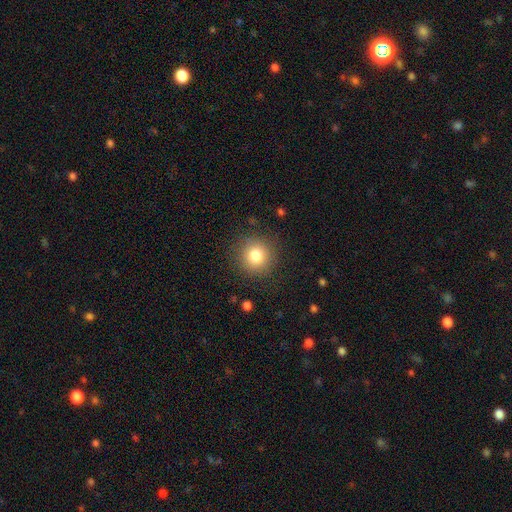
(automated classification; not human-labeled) smooth-or-featured: smooth: 80% | star or artifact: 11% | featured or disk: 8%
  how-rounded: round: 93% | in between: 6% | cigar-shaped: 1%
  merging: none: 88% | minor disturbance: 8% | major disturbance: 3% | merger: 1%